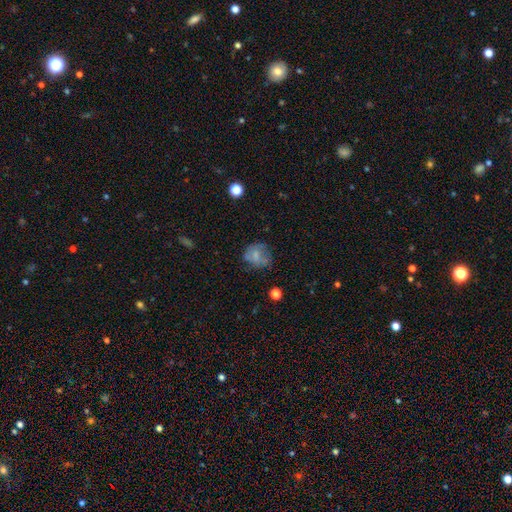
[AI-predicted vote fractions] Morphology: type=smooth (63%); roundness=round (74%); merging=none (56%).